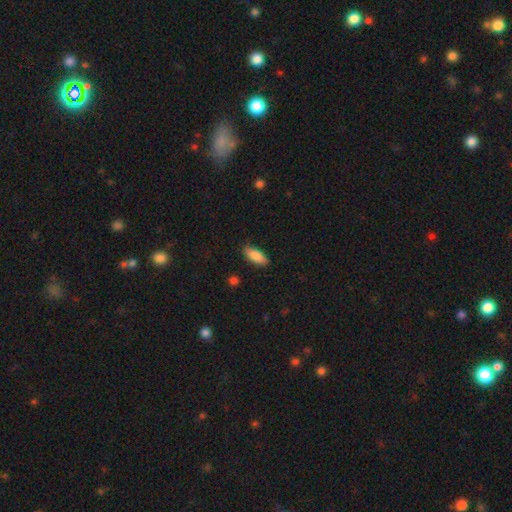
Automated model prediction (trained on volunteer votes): This appears to be a smooth galaxy with no disk features (87%) that is in between round and cigar-shaped (84%). Merging: none (83%).